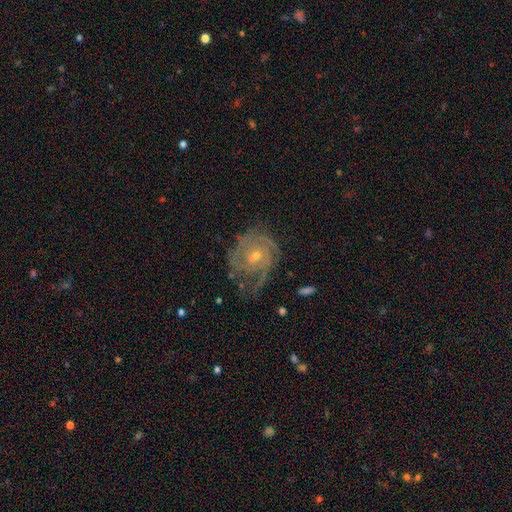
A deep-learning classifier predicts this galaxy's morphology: Smooth or featured?
  - featured or disk: 87% *
  - smooth: 7%
  - star or artifact: 6%
Edge-on disk?
  - no: 97% *
  - yes: 3%
Bar?
  - no: 59% *
  - weak: 34%
  - strong: 6%
Spiral arms?
  - yes: 96% *
  - no: 4%
Spiral winding?
  - tight: 63% *
  - medium: 30%
  - loose: 7%
Spiral arm count?
  - 3: 27% *
  - can't tell: 26%
  - 2: 25%
  - 4: 10%
  - 1: 6%
  - more than 4: 5%
Bulge size?
  - small: 59% *
  - moderate: 38%
  - none: 1%
  - large: 1%
  - dominant: 1%
Merging?
  - none: 57% *
  - minor disturbance: 24%
  - major disturbance: 17%
  - merger: 2%